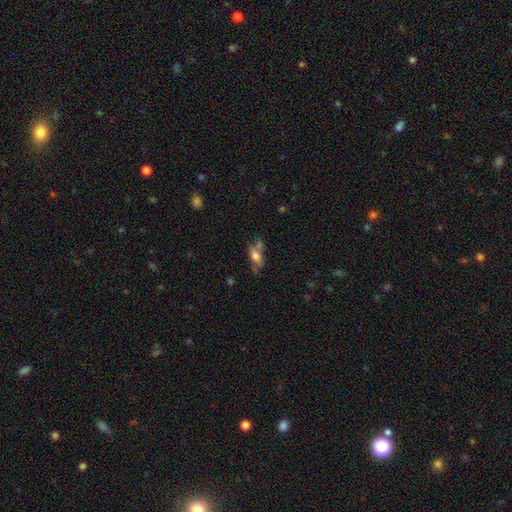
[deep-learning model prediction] Q: Smooth or featured?
A: smooth (64%); runner-up: featured or disk (27%)
Q: How rounded?
A: in between (79%); runner-up: cigar-shaped (15%)
Q: Merging?
A: none (44%); runner-up: minor disturbance (23%)